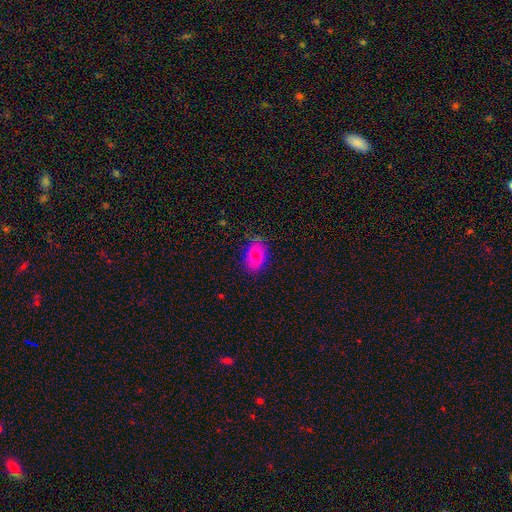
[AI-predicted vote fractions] This appears to be a smooth galaxy with no disk features (81%) that is in between round and cigar-shaped (91%). Merging: none (77%).